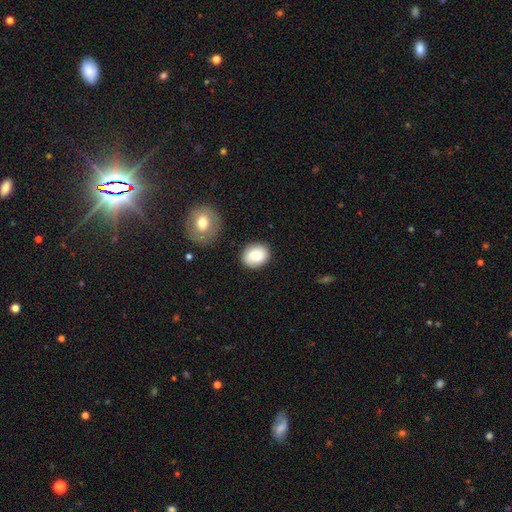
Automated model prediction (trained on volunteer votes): A smooth galaxy with no disk features (72%) that is round (63%).

Vote fractions:
- Smooth or featured? smooth: 72% / featured or disk: 20% / star or artifact: 8%
- How rounded? round: 63% / in between: 36% / cigar-shaped: 1%
- Merging? none: 82% / minor disturbance: 11% / merger: 3% / major disturbance: 3%